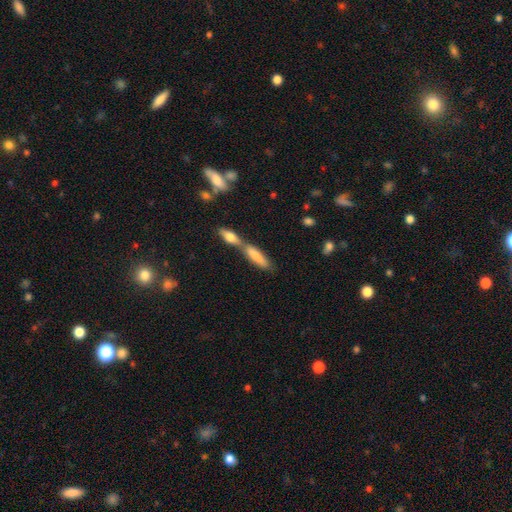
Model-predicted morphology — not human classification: type=smooth (78%); roundness=cigar-shaped (59%); merging=merger (56%).